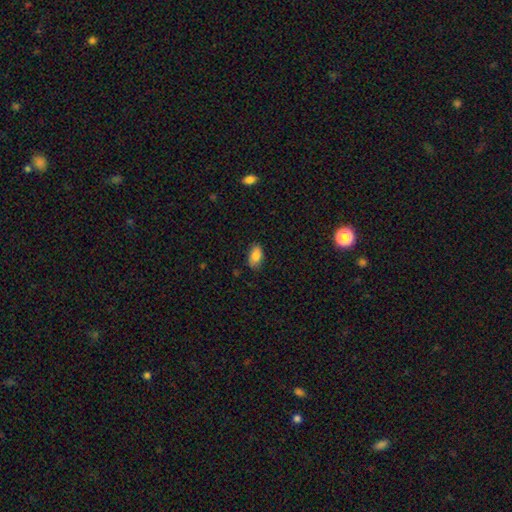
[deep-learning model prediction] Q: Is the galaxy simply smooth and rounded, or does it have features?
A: smooth — 84%.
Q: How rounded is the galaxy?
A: in between — 91%.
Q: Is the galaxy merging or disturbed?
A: none — 84%.